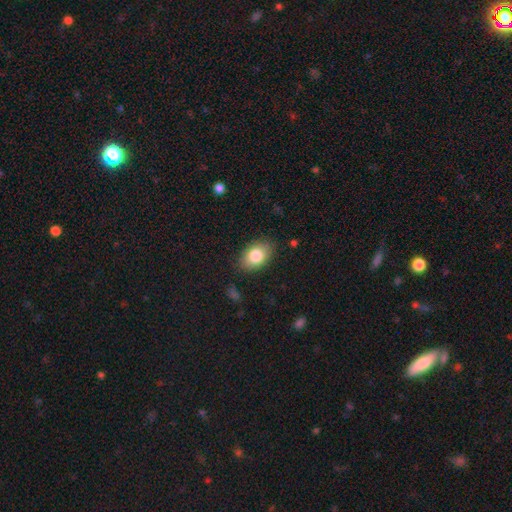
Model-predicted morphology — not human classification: Smooth or featured? Predicted: smooth (p=0.83). How rounded? Predicted: in between (p=0.87). Merging? Predicted: none (p=0.83).